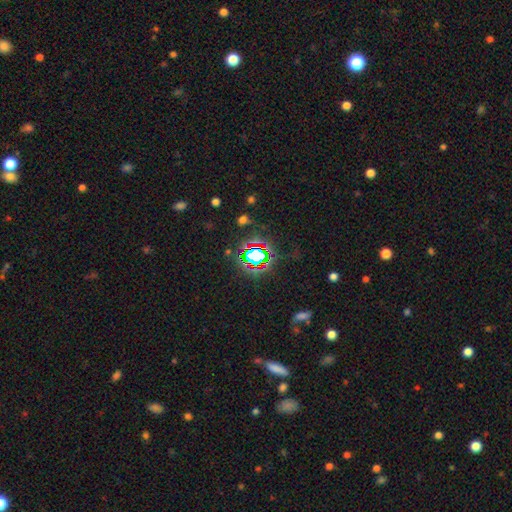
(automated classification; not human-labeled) A star or artifact, not a galaxy (68%).